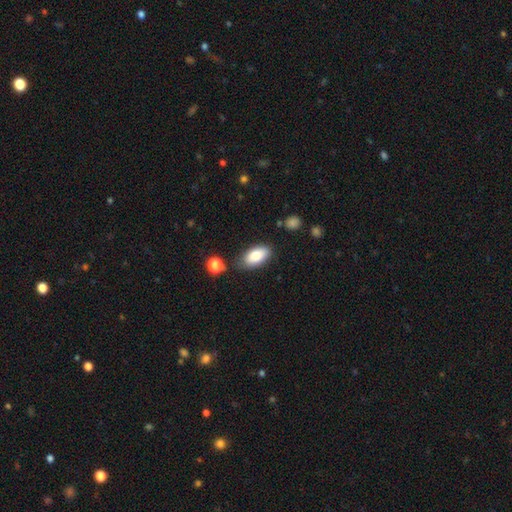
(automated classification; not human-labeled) This appears to be a smooth galaxy with no disk features (81%) that is in between round and cigar-shaped (92%). Merging: none (77%).